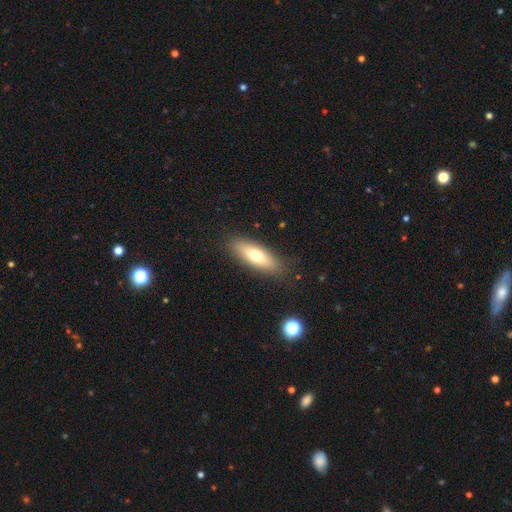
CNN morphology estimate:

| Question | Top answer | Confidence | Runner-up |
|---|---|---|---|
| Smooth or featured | smooth | 67% | featured or disk (26%) |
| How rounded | in between | 55% | cigar-shaped (43%) |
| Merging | none | 86% | minor disturbance (10%) |